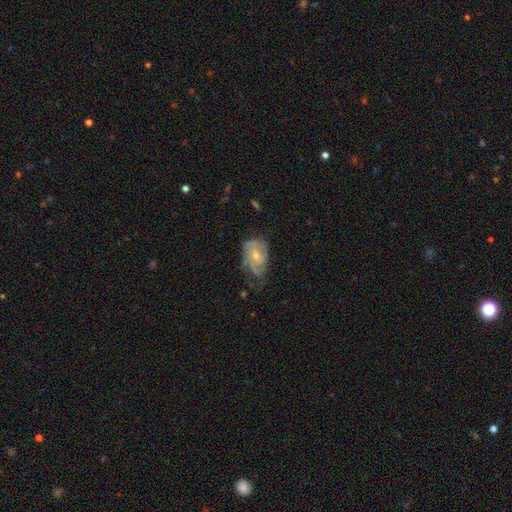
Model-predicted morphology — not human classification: Smooth or featured?
  - featured or disk: 68% *
  - smooth: 25%
  - star or artifact: 7%
Edge-on disk?
  - no: 97% *
  - yes: 3%
Bar?
  - no: 73% *
  - weak: 24%
  - strong: 4%
Spiral arms?
  - yes: 83% *
  - no: 17%
Spiral winding?
  - tight: 46% *
  - medium: 38%
  - loose: 17%
Spiral arm count?
  - can't tell: 39% *
  - 3: 22%
  - 2: 21%
  - 4: 8%
  - 1: 6%
  - more than 4: 4%
Bulge size?
  - small: 59% *
  - moderate: 37%
  - none: 2%
  - large: 2%
  - dominant: 1%
Merging?
  - none: 39% *
  - minor disturbance: 32%
  - major disturbance: 27%
  - merger: 2%